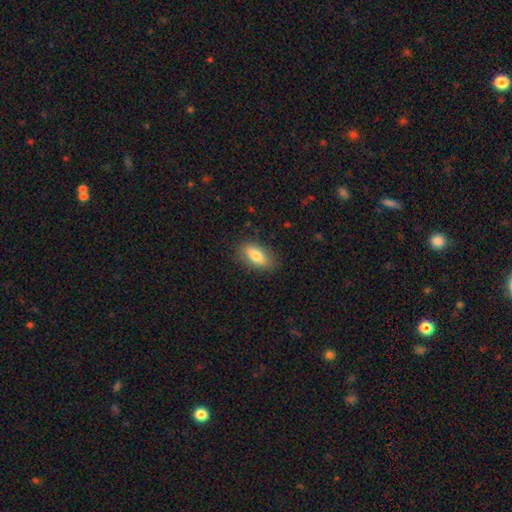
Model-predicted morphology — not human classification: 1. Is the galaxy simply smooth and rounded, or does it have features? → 76% smooth, 17% featured or disk, 7% star or artifact.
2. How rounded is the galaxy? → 83% in between, 13% cigar-shaped, 4% round.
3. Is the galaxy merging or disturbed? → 83% none, 12% minor disturbance, 3% major disturbance, 1% merger.